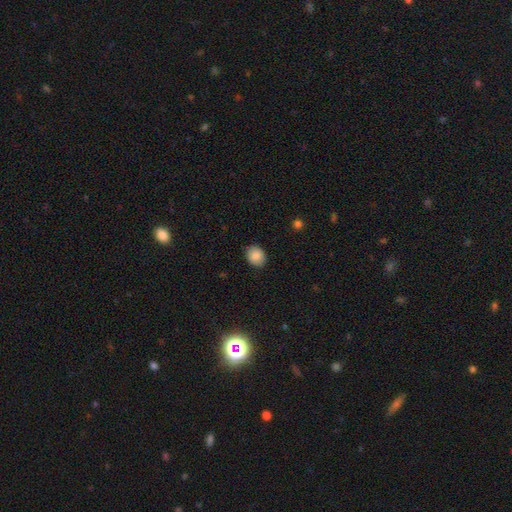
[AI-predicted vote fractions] The model was most divided on "how rounded": round: 58%, in between: 41%, cigar-shaped: 1%. More confident: merging — none (87%); smooth or featured — smooth (86%).